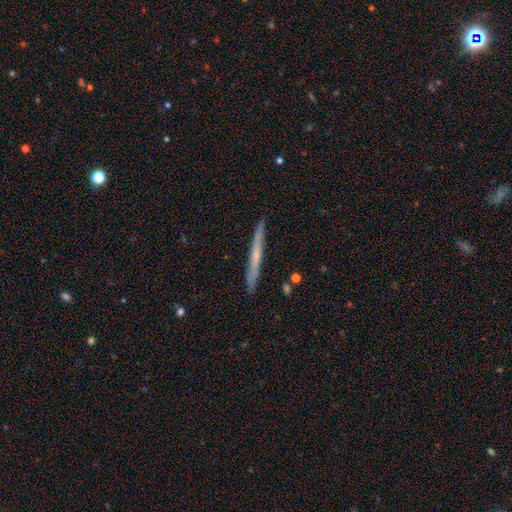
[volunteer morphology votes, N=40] A smooth galaxy with no disk features (52%) that is cigar-shaped (95%).

Vote fractions:
- Smooth or featured? smooth: 52% / featured or disk: 48% / star or artifact: 0%
- How rounded? cigar-shaped: 95% / round: 5% / in between: 0%
- Merging? none: 90% / minor disturbance: 5% / major disturbance: 2% / merger: 2%